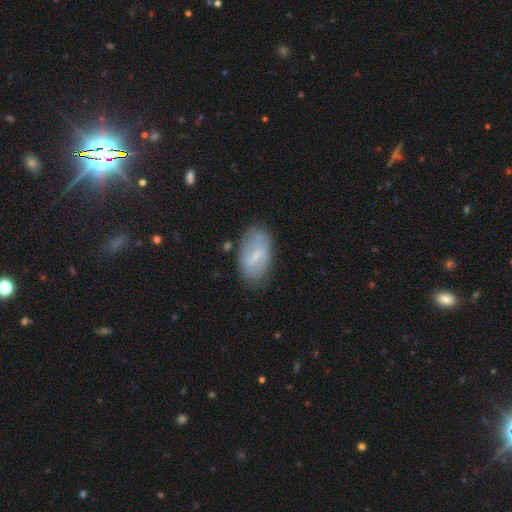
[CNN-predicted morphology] This is possibly a featured or disk galaxy (53%). It is clearly not viewed edge-on (93%). Merging: likely none (77%).